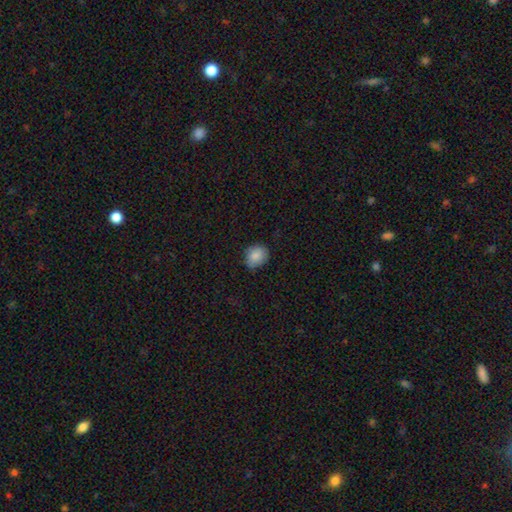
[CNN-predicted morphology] type=smooth (86%); roundness=round (57%); merging=none (72%).